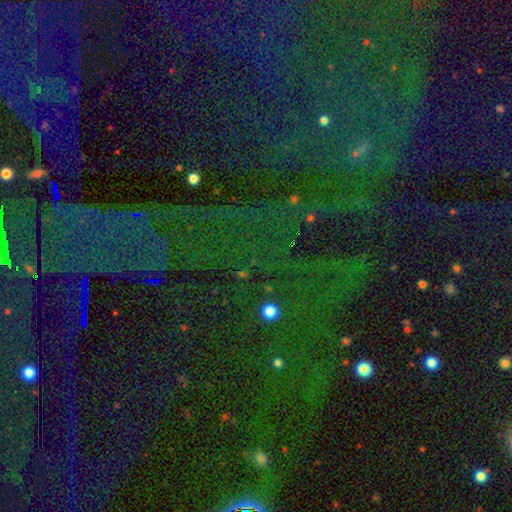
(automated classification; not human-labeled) The model was most divided on "smooth or featured": star or artifact: 82%, smooth: 10%, featured or disk: 8%.